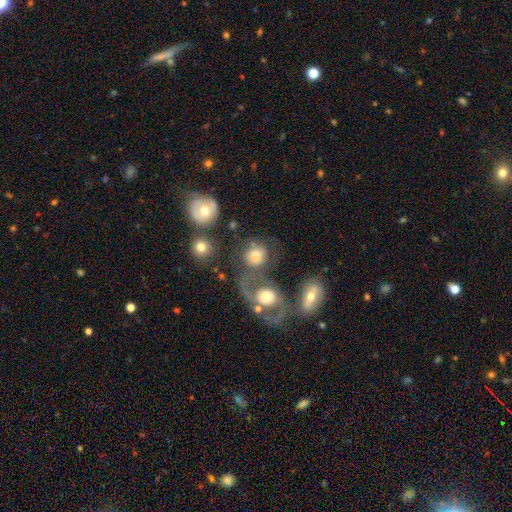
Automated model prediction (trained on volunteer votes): This appears to be a smooth galaxy with no disk features (64%) that is round (68%). Merging: none (38%).